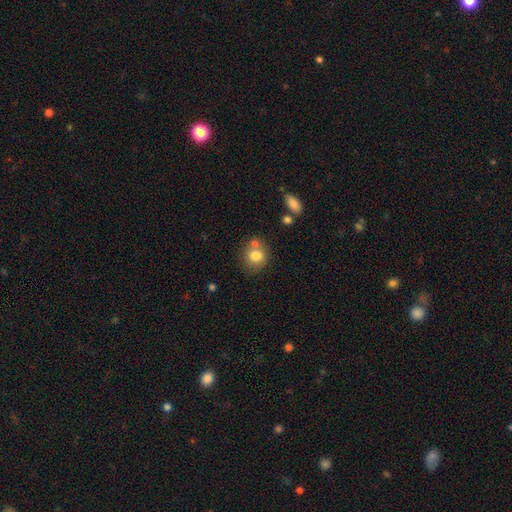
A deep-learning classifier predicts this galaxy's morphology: This is likely a smooth galaxy (78%). How rounded: likely round (80%). Merging: possibly none (57%).